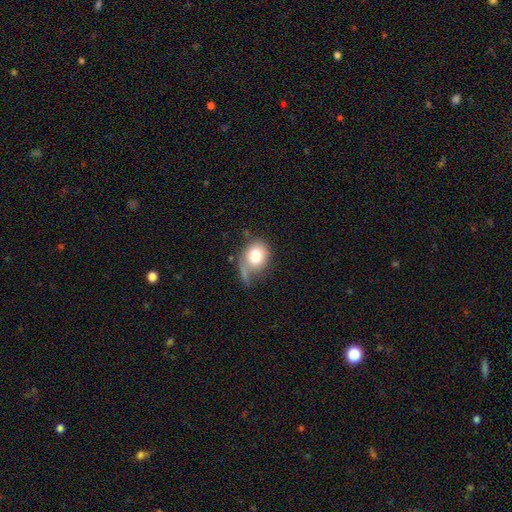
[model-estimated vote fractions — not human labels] Q: Smooth or featured?
A: smooth (76%); runner-up: featured or disk (16%)
Q: How rounded?
A: round (52%); runner-up: in between (47%)
Q: Merging?
A: none (40%); runner-up: minor disturbance (27%)